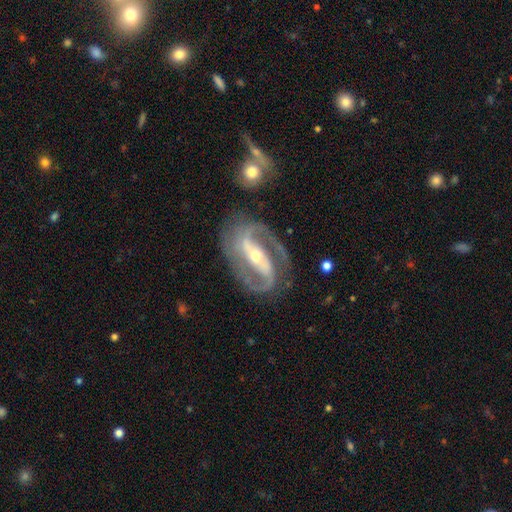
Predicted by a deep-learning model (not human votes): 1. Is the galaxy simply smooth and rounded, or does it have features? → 91% featured or disk, 5% star or artifact, 4% smooth.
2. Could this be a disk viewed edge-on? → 96% no, 4% yes.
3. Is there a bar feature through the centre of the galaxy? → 64% strong, 21% weak, 14% no.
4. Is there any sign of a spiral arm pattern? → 97% yes, 3% no.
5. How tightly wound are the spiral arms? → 53% medium, 31% tight, 15% loose.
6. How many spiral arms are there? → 90% 2, 3% 3, 3% can't tell, 2% 1, 1% 4, 1% more than 4.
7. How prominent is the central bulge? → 51% moderate, 45% small, 2% large, 1% none, 1% dominant.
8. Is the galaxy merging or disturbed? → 76% none, 14% minor disturbance, 7% major disturbance, 3% merger.